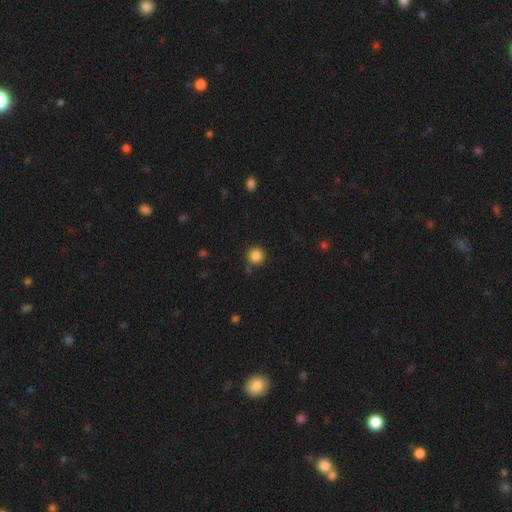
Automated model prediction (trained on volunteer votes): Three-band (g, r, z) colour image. It shows a smooth galaxy with no disk features (86%) that is round (95%). Merging: none (87%).